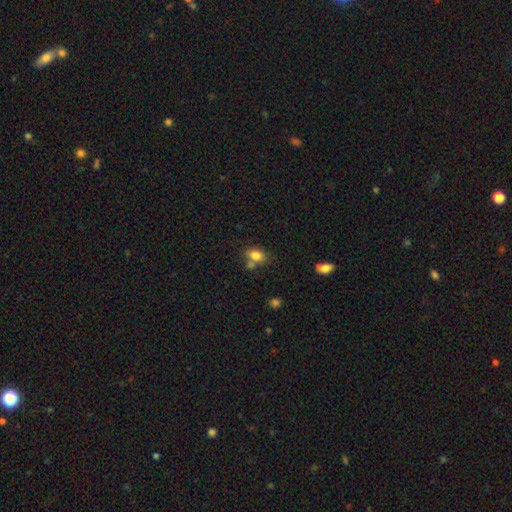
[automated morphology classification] Smooth or featured? smooth (80%)
How rounded? in between (71%)
Merging? none (51%)